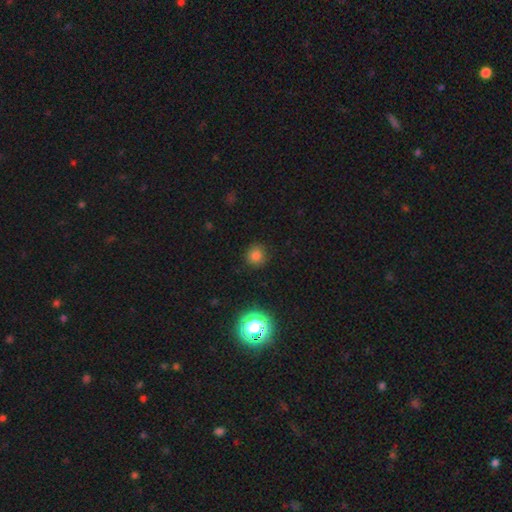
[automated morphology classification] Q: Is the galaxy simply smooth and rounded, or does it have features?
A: smooth — 77%.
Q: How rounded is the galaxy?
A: round — 90%.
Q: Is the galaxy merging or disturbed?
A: none — 87%.